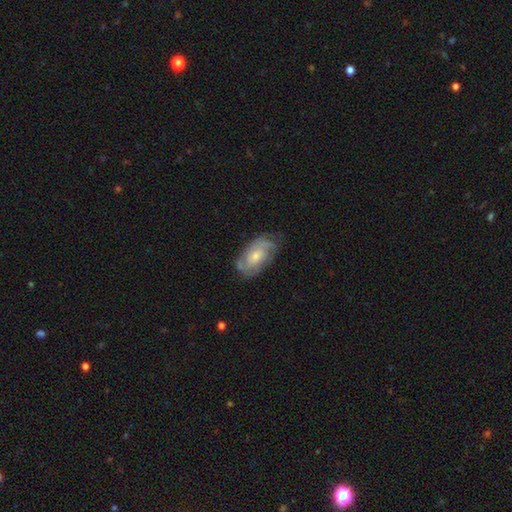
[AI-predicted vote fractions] A featured or disk galaxy (70%) with no bar (70%), 2 (38%) tight (50%) spiral arms (89%) and a small central bulge (50%). Merging: none (64%).